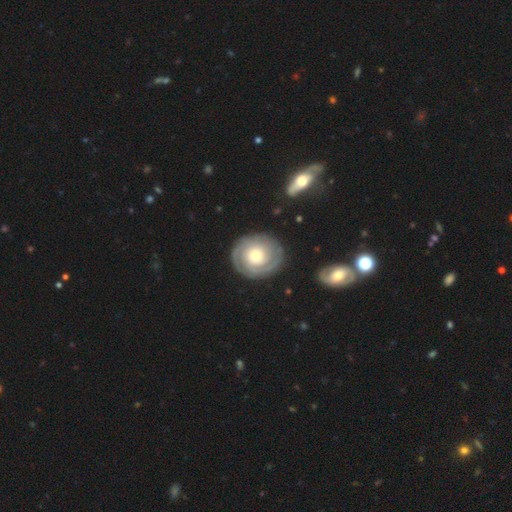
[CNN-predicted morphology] smooth-or-featured: featured or disk: 76% | smooth: 19% | star or artifact: 5%
  disk-edge-on: no: 97% | yes: 3%
    bar: no: 83% | weak: 13% | strong: 4%
    has-spiral-arms: yes: 89% | no: 11%
      spiral-winding: tight: 82% | medium: 14% | loose: 4%
      spiral-arm-count: 2: 34% | can't tell: 32% | 3: 14% | 1: 9% | 4: 6% | more than 4: 5%
    bulge-size: moderate: 62% | small: 28% | large: 8% | dominant: 1% | none: 1%
  merging: none: 84% | minor disturbance: 10% | major disturbance: 4% | merger: 1%